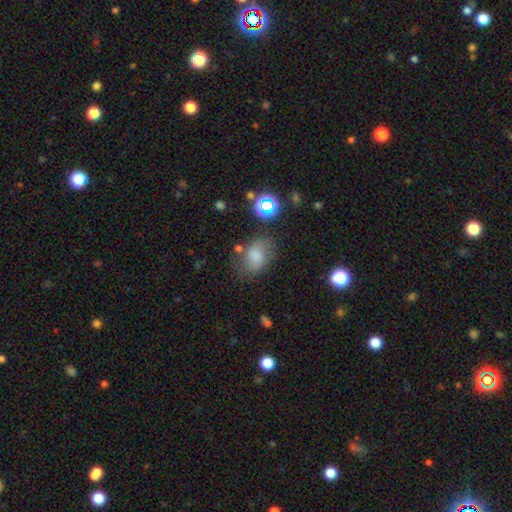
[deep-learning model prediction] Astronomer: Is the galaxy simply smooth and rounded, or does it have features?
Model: smooth — 67%.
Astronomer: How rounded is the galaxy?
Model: in between — 73%.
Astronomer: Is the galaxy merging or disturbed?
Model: none — 57%.